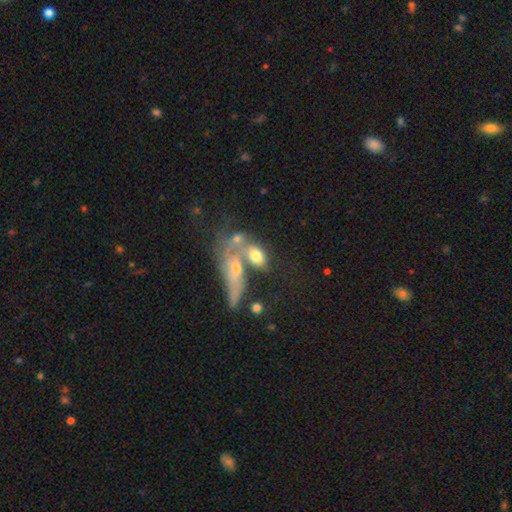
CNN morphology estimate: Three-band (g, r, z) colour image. It shows a smooth galaxy with no disk features (60%) that is in between round and cigar-shaped (77%). Merging: merger (49%).